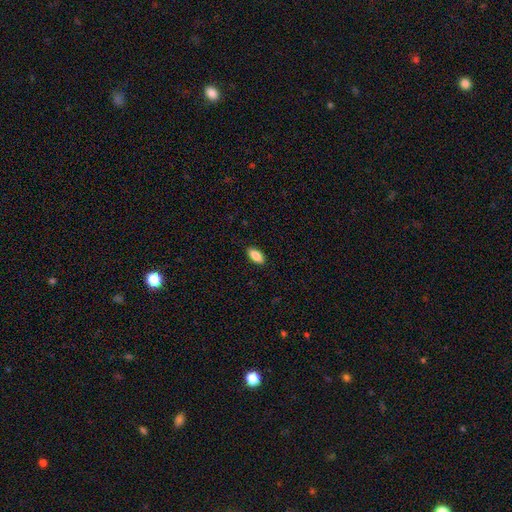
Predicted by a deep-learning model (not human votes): A smooth galaxy with no disk features (85%) that is in between round and cigar-shaped (88%).

Vote fractions:
- Smooth or featured? smooth: 85% / featured or disk: 8% / star or artifact: 7%
- How rounded? in between: 88% / cigar-shaped: 9% / round: 3%
- Merging? none: 88% / minor disturbance: 9% / major disturbance: 2% / merger: 1%